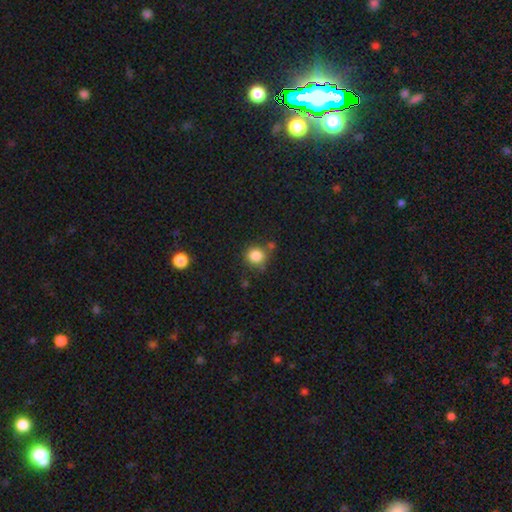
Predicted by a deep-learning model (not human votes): Q: Smooth or featured?
A: smooth (85%); runner-up: star or artifact (11%)
Q: How rounded?
A: round (90%); runner-up: in between (9%)
Q: Merging?
A: none (73%); runner-up: minor disturbance (14%)